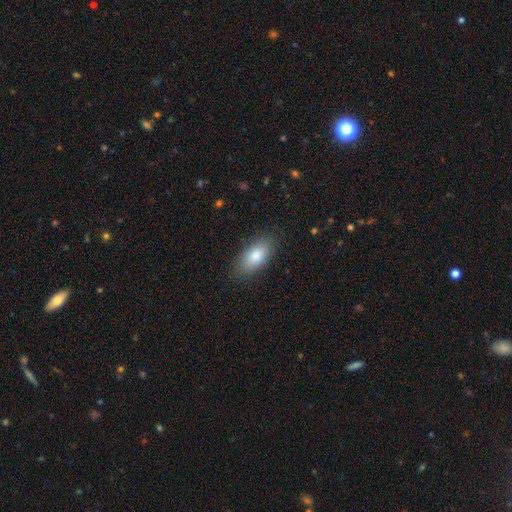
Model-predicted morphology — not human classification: The model was most divided on "smooth or featured": smooth: 83%, featured or disk: 10%, star or artifact: 7%. More confident: how rounded — in between (91%); merging — none (85%).